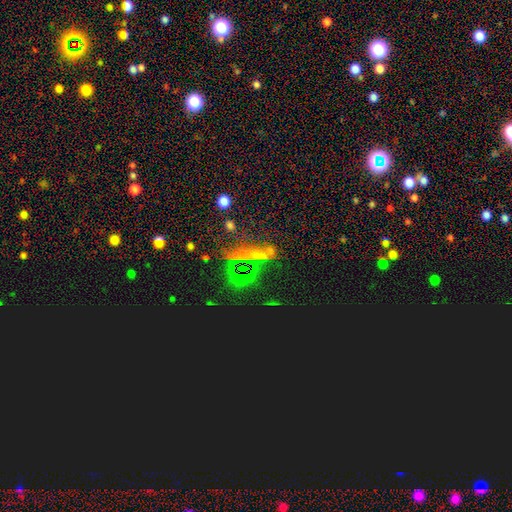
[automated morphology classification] smooth-or-featured: star or artifact: 65% | smooth: 24% | featured or disk: 11%